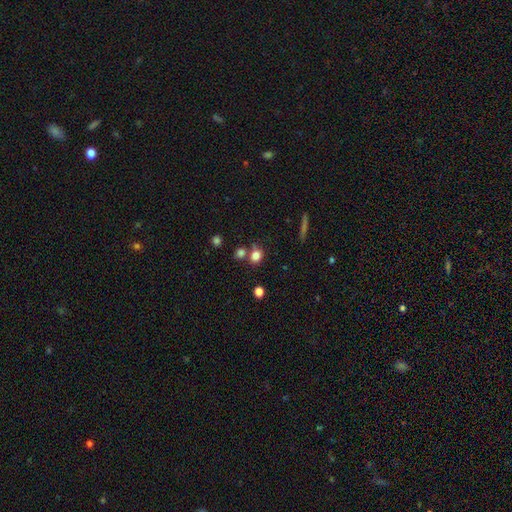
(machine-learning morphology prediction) smooth_or_featured: smooth (p=0.80) [alt: star or artifact p=0.13]
how_rounded: round (p=0.65) [alt: in between p=0.33]
merging: none (p=0.60) [alt: merger p=0.24]